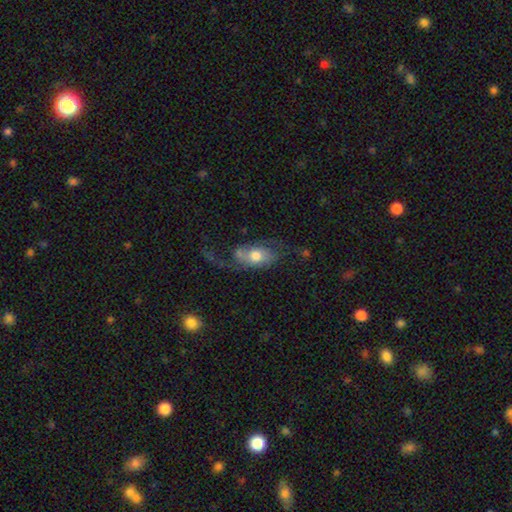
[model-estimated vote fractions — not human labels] Smooth or featured? featured or disk (54%)
Edge-on disk? no (88%)
Merging? none (42%)